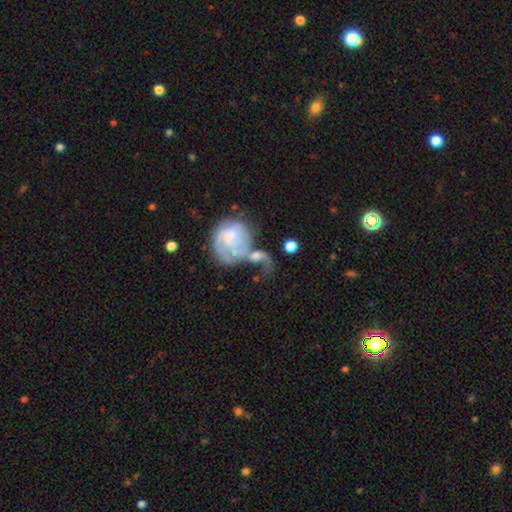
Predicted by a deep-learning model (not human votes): Q: Smooth or featured?
A: featured or disk (65%); runner-up: smooth (26%)
Q: Edge-on disk?
A: no (97%); runner-up: yes (3%)
Q: Bar?
A: no (65%); runner-up: weak (28%)
Q: Spiral arms?
A: yes (77%); runner-up: no (23%)
Q: Bulge size?
A: small (38%); runner-up: moderate (33%)
Q: Merging?
A: merger (45%); runner-up: major disturbance (24%)